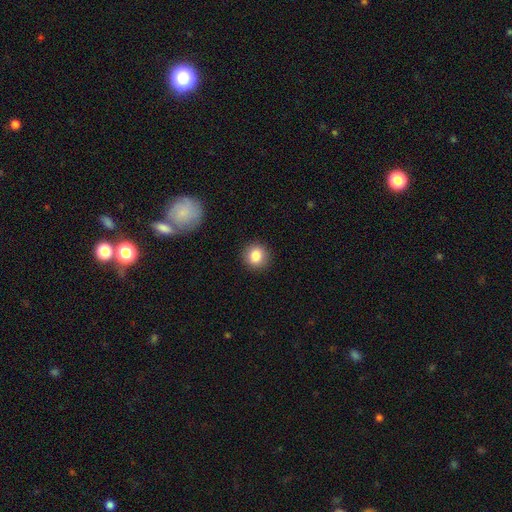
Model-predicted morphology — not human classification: A smooth galaxy with no disk features (84%) that is round (89%). Merging: none (91%).